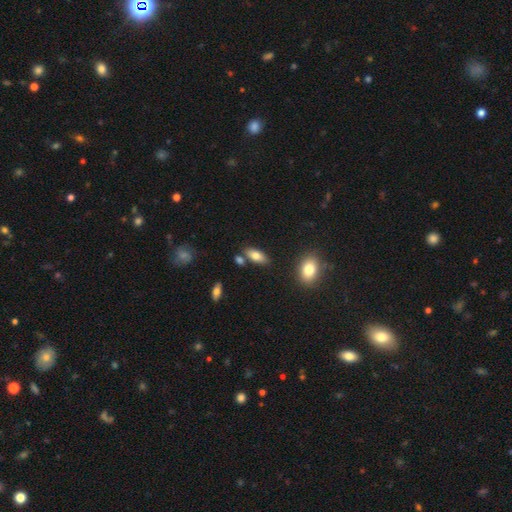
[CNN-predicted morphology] smooth_or_featured: smooth (p=0.75) [alt: featured or disk p=0.18]
how_rounded: in between (p=0.82) [alt: cigar-shaped p=0.15]
merging: none (p=0.77) [alt: minor disturbance p=0.12]